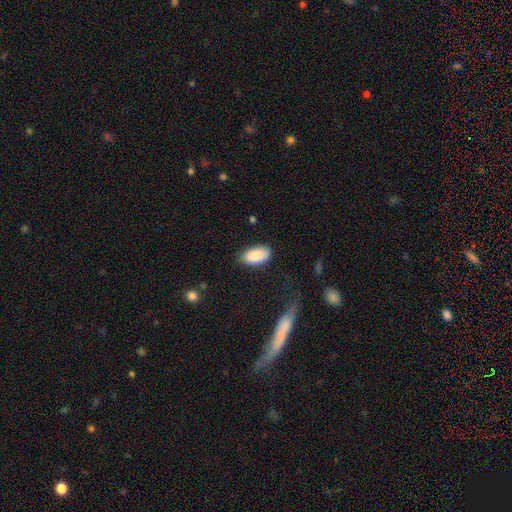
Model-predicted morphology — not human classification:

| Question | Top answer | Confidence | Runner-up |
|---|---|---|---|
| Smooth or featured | smooth | 87% | featured or disk (7%) |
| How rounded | in between | 95% | round (3%) |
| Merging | none | 73% | minor disturbance (21%) |